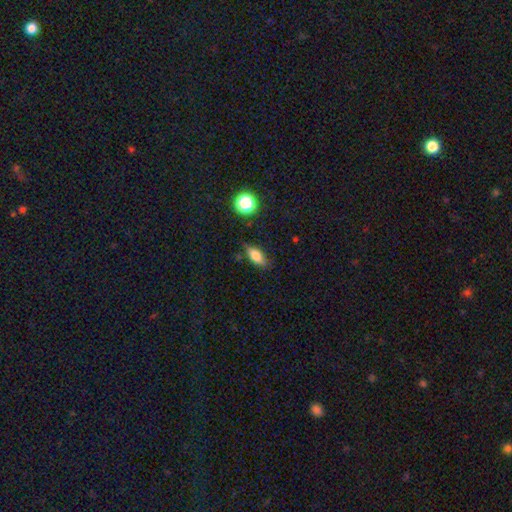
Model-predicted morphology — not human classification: type=smooth (75%); roundness=in between (78%); merging=none (77%).